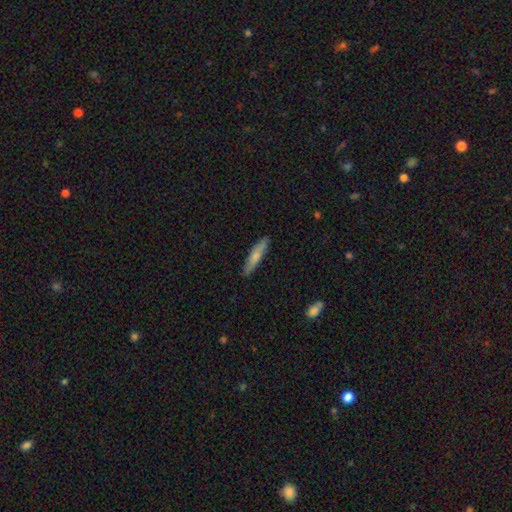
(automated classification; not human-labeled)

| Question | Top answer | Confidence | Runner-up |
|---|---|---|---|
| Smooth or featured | smooth | 69% | featured or disk (26%) |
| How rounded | cigar-shaped | 88% | in between (11%) |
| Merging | none | 89% | minor disturbance (8%) |